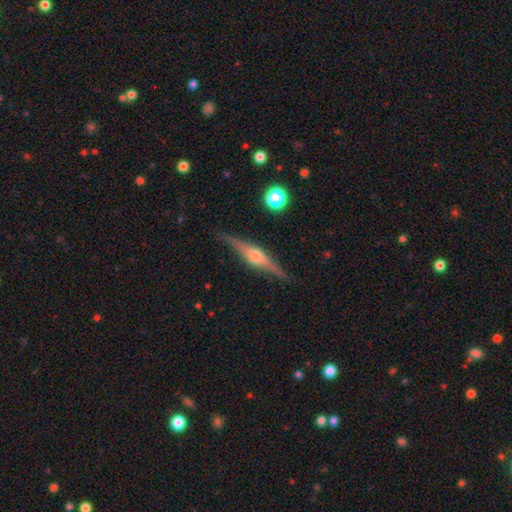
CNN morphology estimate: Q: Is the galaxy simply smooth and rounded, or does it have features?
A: featured or disk — 82%.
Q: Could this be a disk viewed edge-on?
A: yes — 98%.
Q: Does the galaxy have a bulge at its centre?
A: rounded — 88%.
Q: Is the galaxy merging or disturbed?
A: none — 89%.